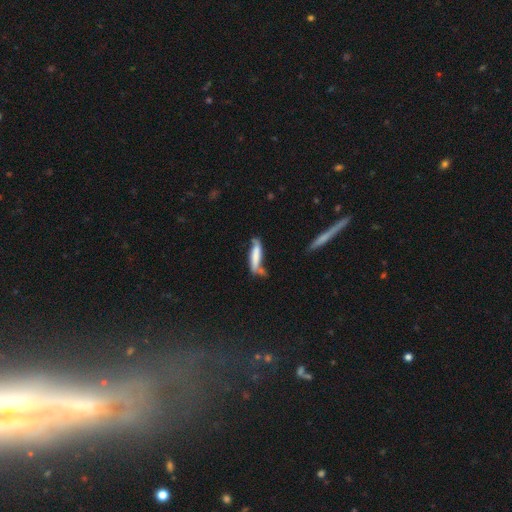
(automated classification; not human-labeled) A smooth galaxy with no disk features (64%) that is cigar-shaped (79%).

Vote fractions:
- Smooth or featured? smooth: 64% / featured or disk: 29% / star or artifact: 7%
- How rounded? cigar-shaped: 79% / in between: 19% / round: 2%
- Merging? none: 44% / minor disturbance: 29% / merger: 14% / major disturbance: 12%